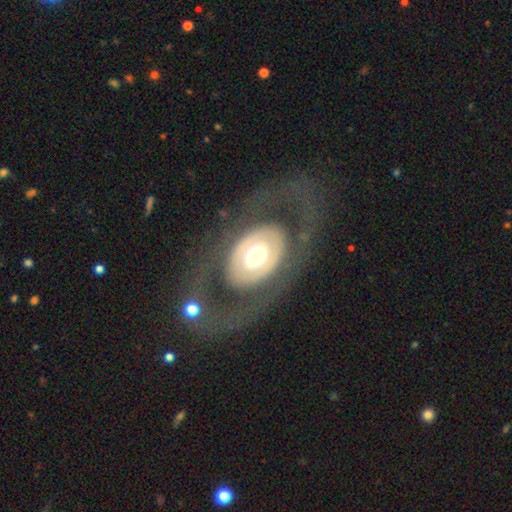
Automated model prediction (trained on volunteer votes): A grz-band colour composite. It shows a featured or disk galaxy (58%) with no bar (80%), no spiral arms (80%) and a moderate central bulge (43%). Merging: none (65%).